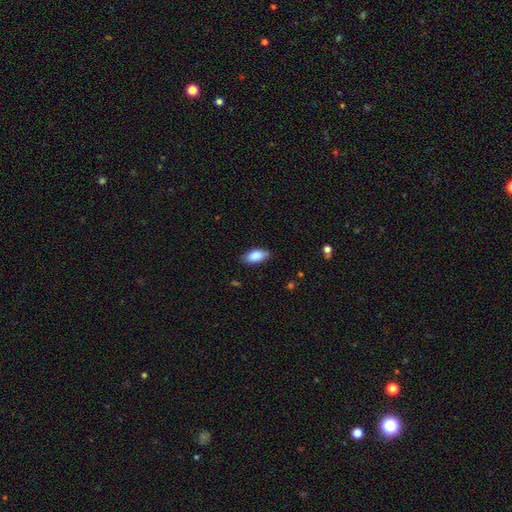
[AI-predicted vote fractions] Smooth or featured? smooth (87%)
How rounded? in between (92%)
Merging? none (77%)